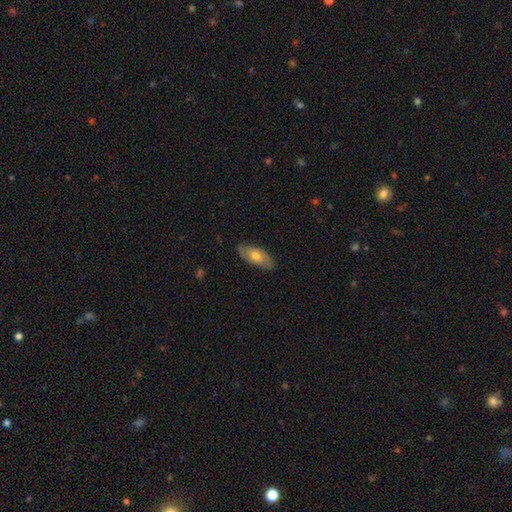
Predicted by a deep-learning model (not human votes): Smooth or featured? Predicted: smooth (p=0.61). How rounded? Predicted: in between (p=0.86). Merging? Predicted: none (p=0.81).